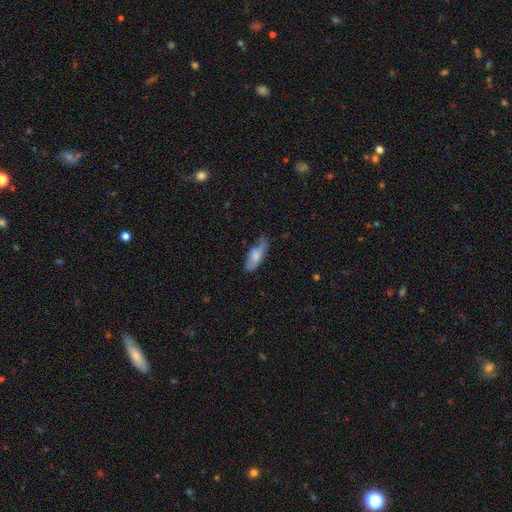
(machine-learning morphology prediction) Overall: smooth (68%). How rounded: in between (65%; cigar-shaped 32%). Merging: none (56%; minor disturbance 33%).